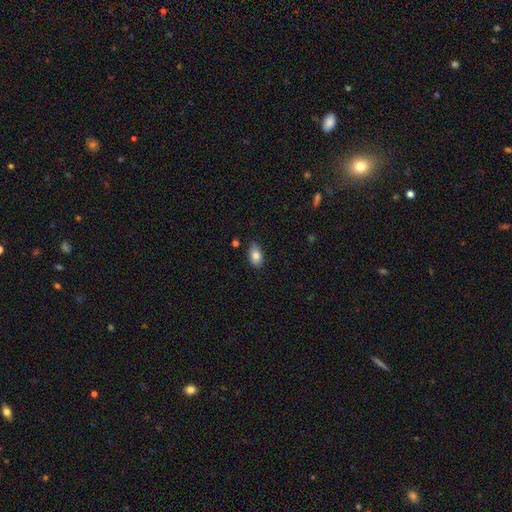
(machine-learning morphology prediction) A smooth galaxy with no disk features (83%) that is in between round and cigar-shaped (91%). Merging: none (81%).